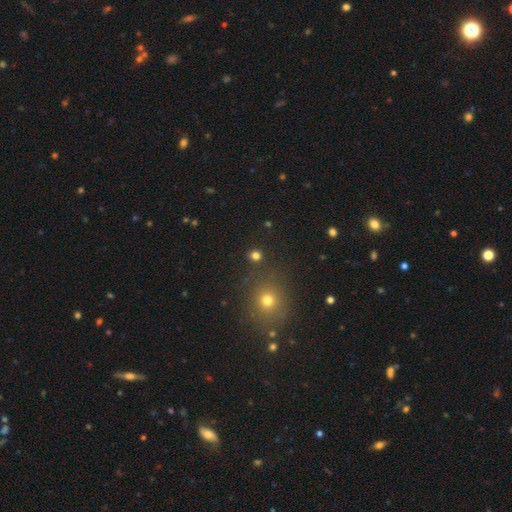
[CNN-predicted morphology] Smooth or featured?
  - smooth: 76% *
  - star or artifact: 19%
  - featured or disk: 5%
How rounded?
  - round: 86% *
  - in between: 13%
  - cigar-shaped: 1%
Merging?
  - none: 85% *
  - minor disturbance: 7%
  - merger: 5%
  - major disturbance: 3%